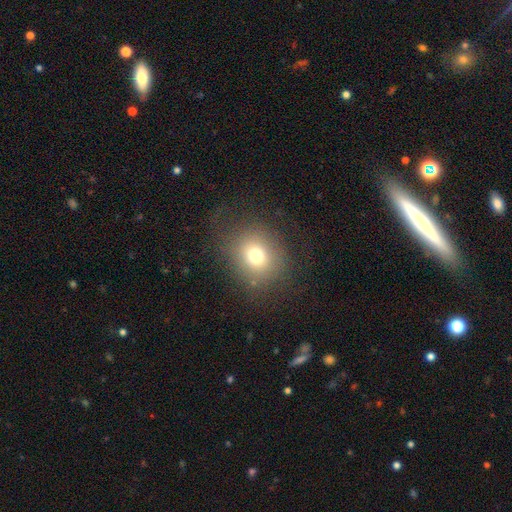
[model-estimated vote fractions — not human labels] smooth 72%, star or artifact 16%, featured or disk 12%. Down the decision tree: how rounded — round (77%); merging — none (76%).